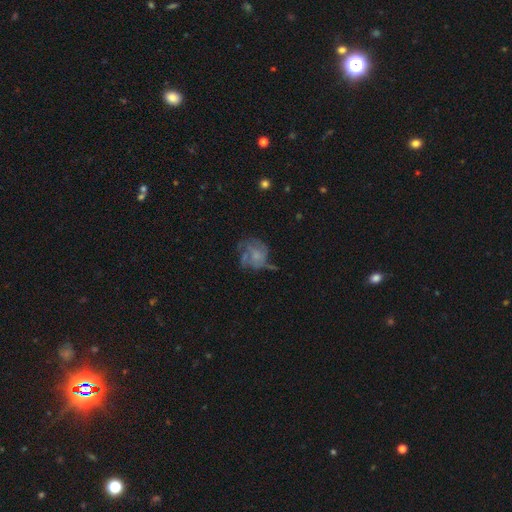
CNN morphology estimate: Q: Smooth or featured?
A: featured or disk (59%); runner-up: smooth (31%)
Q: Edge-on disk?
A: no (98%); runner-up: yes (2%)
Q: Bar?
A: no (79%); runner-up: weak (18%)
Q: Spiral arms?
A: yes (67%); runner-up: no (33%)
Q: Bulge size?
A: none (41%); runner-up: small (29%)
Q: Merging?
A: none (45%); runner-up: major disturbance (28%)